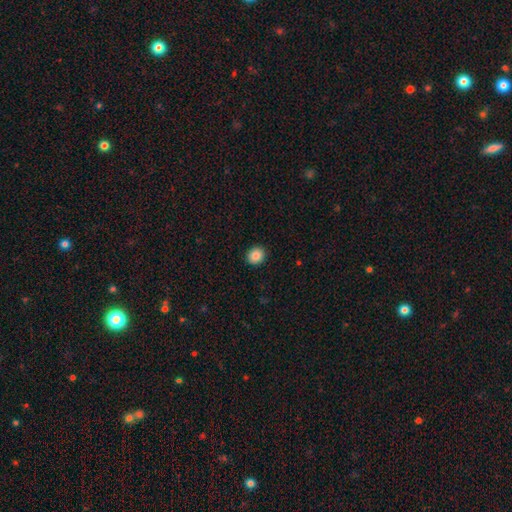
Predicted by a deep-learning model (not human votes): Smooth or featured? smooth (87%)
How rounded? round (74%)
Merging? none (92%)